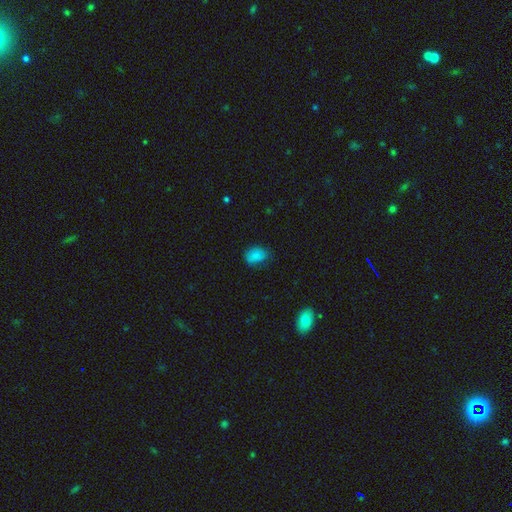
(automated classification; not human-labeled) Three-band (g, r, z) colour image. It shows a smooth galaxy with no disk features (84%) that is in between round and cigar-shaped (75%). Merging: none (63%).